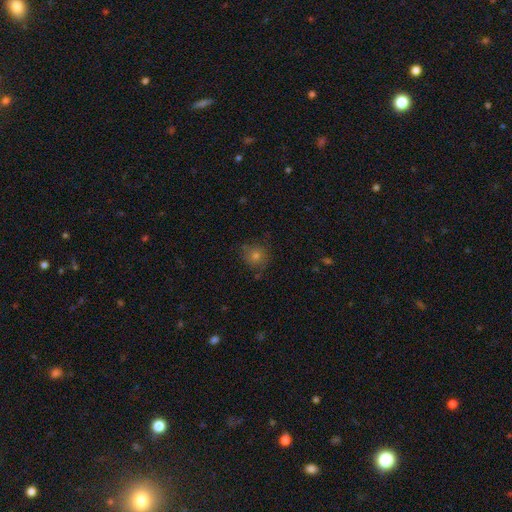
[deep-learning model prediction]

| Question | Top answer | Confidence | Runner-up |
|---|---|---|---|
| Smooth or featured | smooth | 70% | star or artifact (18%) |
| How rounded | round | 89% | in between (10%) |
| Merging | none | 79% | minor disturbance (15%) |